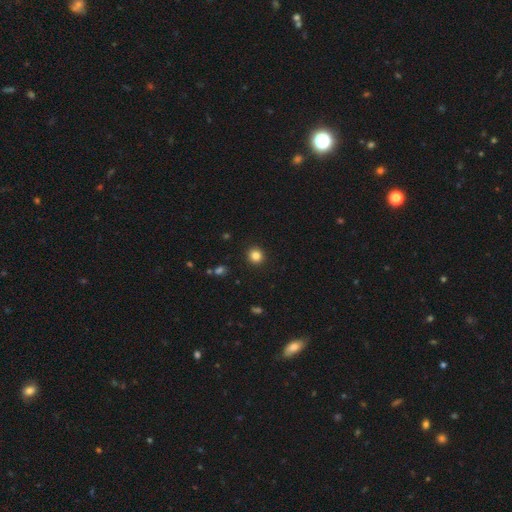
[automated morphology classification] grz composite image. It shows a smooth galaxy with no disk features (84%) that is round (91%). Merging: none (93%).